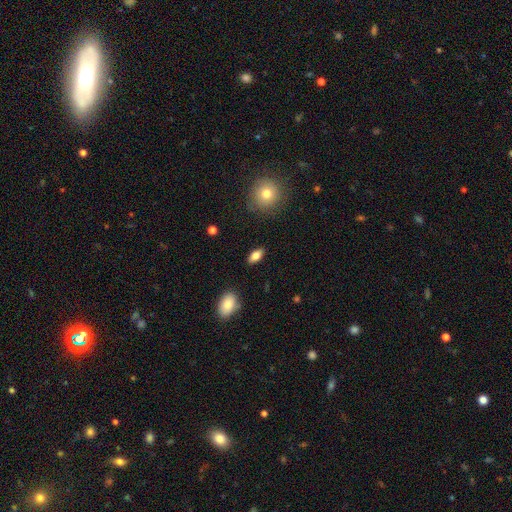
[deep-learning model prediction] This appears to be a smooth galaxy with no disk features (81%) that is in between round and cigar-shaped (88%). Merging: none (88%).